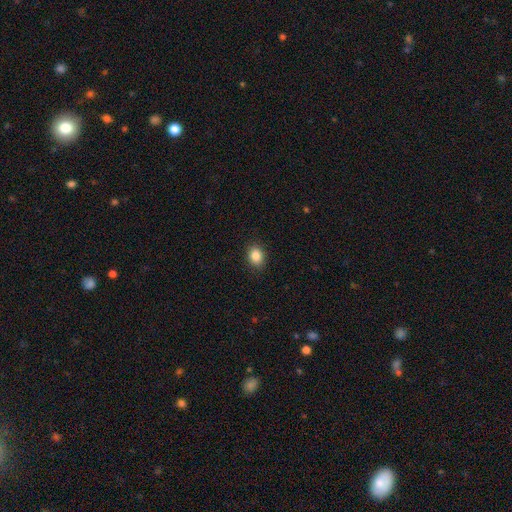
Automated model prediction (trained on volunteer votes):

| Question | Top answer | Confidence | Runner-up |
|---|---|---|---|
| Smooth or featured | smooth | 86% | star or artifact (9%) |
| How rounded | in between | 61% | round (38%) |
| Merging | none | 88% | minor disturbance (9%) |